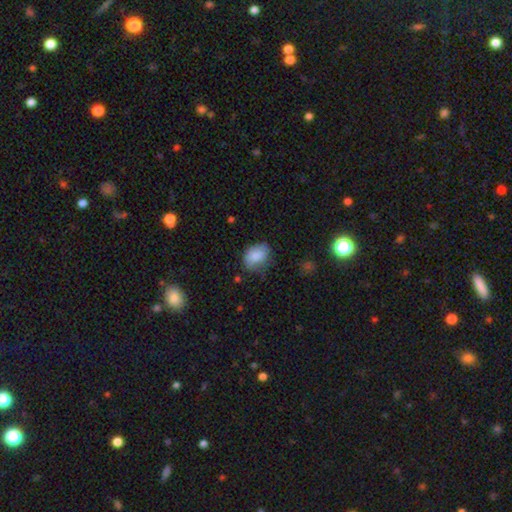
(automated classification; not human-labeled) Overall: smooth (83%). How rounded: in between (74%). Merging: none (55%; minor disturbance 33%).